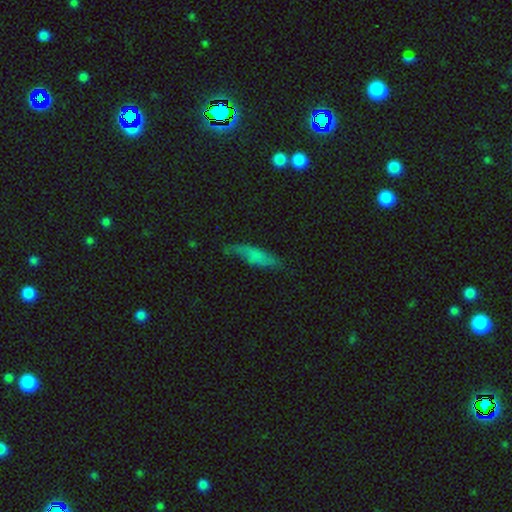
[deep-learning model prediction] smooth-or-featured: smooth: 65% | featured or disk: 26% | star or artifact: 9%
  how-rounded: cigar-shaped: 57% | in between: 39% | round: 3%
  merging: none: 56% | minor disturbance: 30% | major disturbance: 10% | merger: 3%